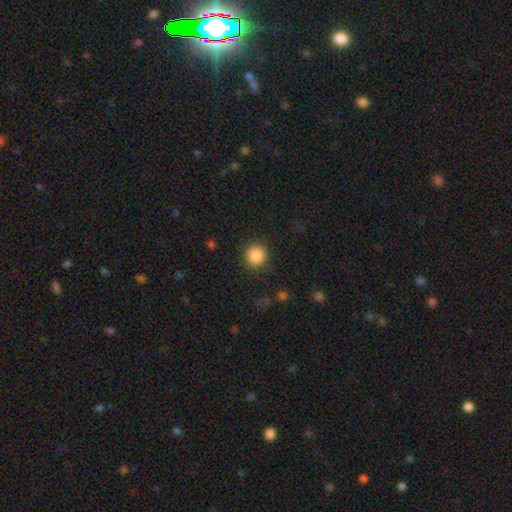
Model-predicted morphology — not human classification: smooth_or_featured: smooth (p=0.87) [alt: star or artifact p=0.09]
how_rounded: round (p=0.93) [alt: in between p=0.06]
merging: none (p=0.88) [alt: minor disturbance p=0.07]